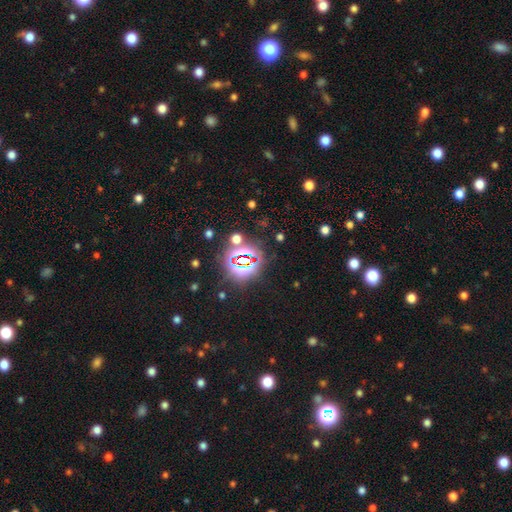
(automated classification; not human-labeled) Smooth or featured?
  - star or artifact: 81% *
  - smooth: 12%
  - featured or disk: 7%